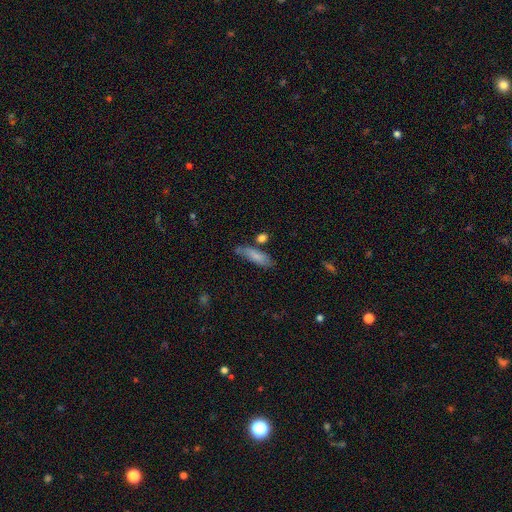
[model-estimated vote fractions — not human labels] Overall: smooth (76%). How rounded: cigar-shaped (52%; in between 45%). Merging: none (63%).